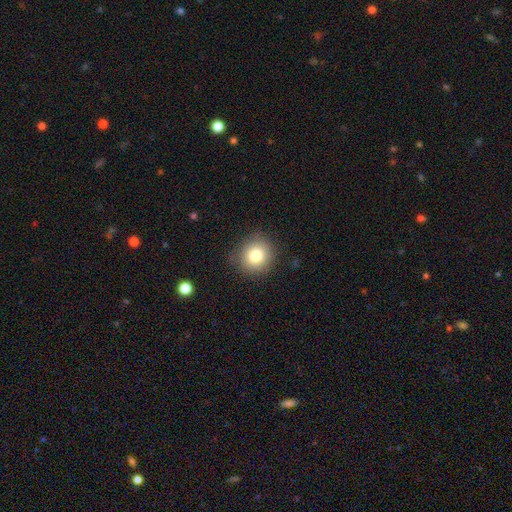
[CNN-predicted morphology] This appears to be a smooth galaxy with no disk features (80%) that is round (88%). Merging: none (86%).